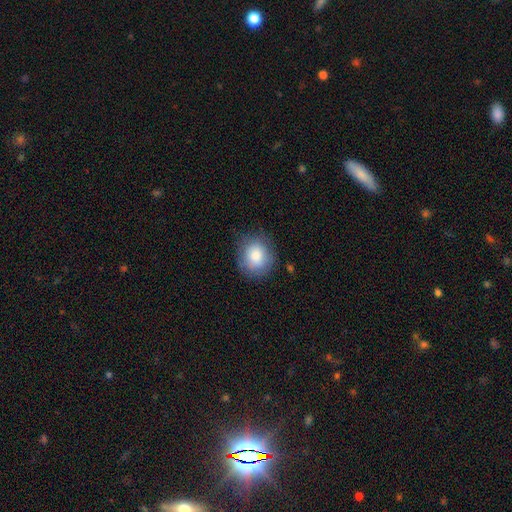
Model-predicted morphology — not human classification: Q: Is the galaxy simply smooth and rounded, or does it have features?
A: smooth — 82%.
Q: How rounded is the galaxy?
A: round — 76%.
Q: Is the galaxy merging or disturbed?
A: none — 79%.